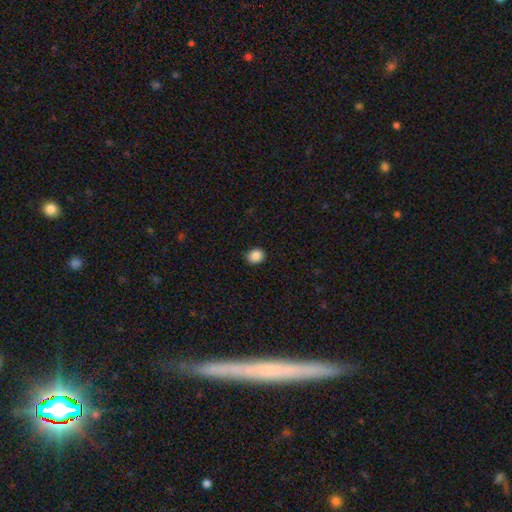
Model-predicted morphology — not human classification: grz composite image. It shows a smooth galaxy with no disk features (87%) that is round (62%). Merging: none (85%).